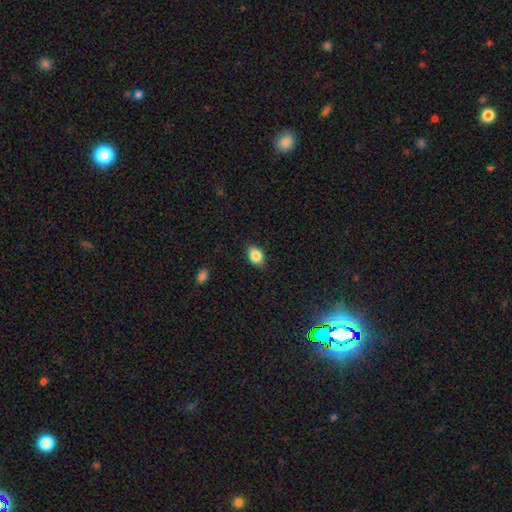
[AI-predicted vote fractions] Morphology: type=smooth (86%); roundness=in between (71%); merging=none (83%).